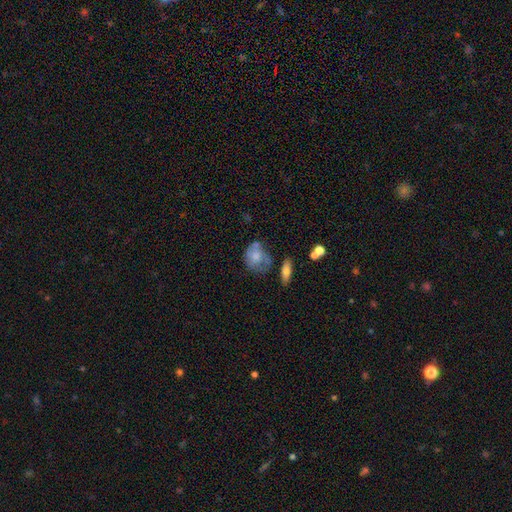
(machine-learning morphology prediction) Q: Smooth or featured?
A: smooth (65%); runner-up: featured or disk (28%)
Q: How rounded?
A: round (59%); runner-up: in between (40%)
Q: Merging?
A: none (43%); runner-up: minor disturbance (29%)